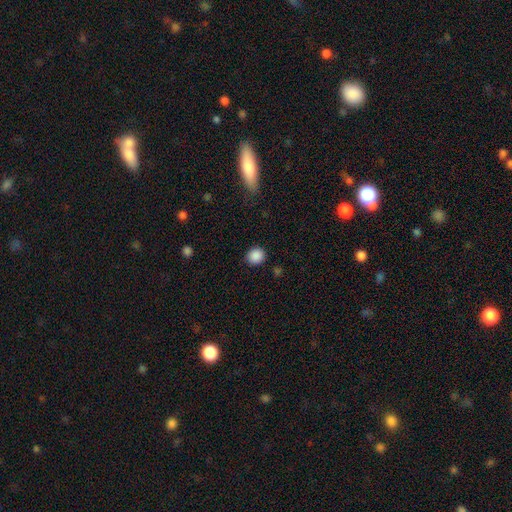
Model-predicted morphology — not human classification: This appears to be a smooth galaxy with no disk features (88%) that is round (84%). Merging: none (88%).